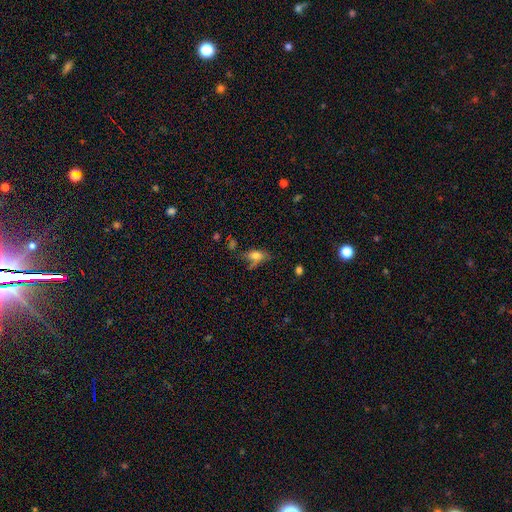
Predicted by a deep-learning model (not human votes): A smooth galaxy with no disk features (67%) that is in between round and cigar-shaped (78%). Merging: none (47%).